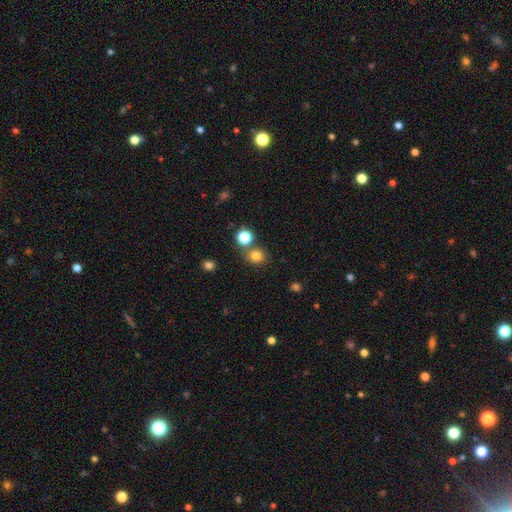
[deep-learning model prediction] smooth_or_featured: smooth (p=0.79) [alt: star or artifact p=0.15]
how_rounded: round (p=0.80) [alt: in between p=0.19]
merging: none (p=0.71) [alt: merger p=0.16]